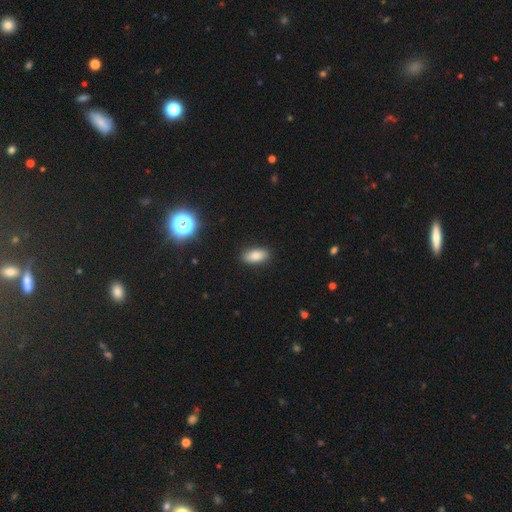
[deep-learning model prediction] Smooth or featured?
  - smooth: 83% *
  - star or artifact: 9%
  - featured or disk: 8%
How rounded?
  - in between: 87% *
  - cigar-shaped: 9%
  - round: 4%
Merging?
  - none: 89% *
  - minor disturbance: 8%
  - major disturbance: 2%
  - merger: 1%